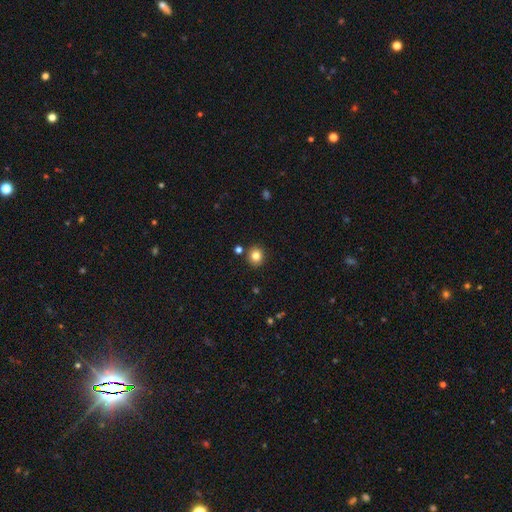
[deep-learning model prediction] Smooth or featured? Predicted: smooth (p=0.82). How rounded? Predicted: round (p=0.87). Merging? Predicted: none (p=0.87).